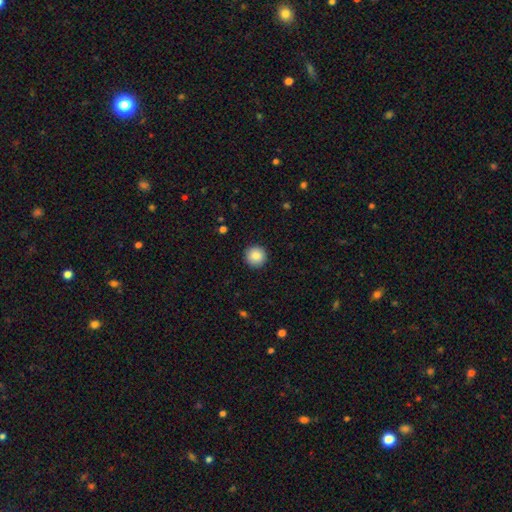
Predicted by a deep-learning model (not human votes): Q: Smooth or featured?
A: smooth (87%); runner-up: star or artifact (8%)
Q: How rounded?
A: round (96%); runner-up: in between (3%)
Q: Merging?
A: none (92%); runner-up: minor disturbance (5%)